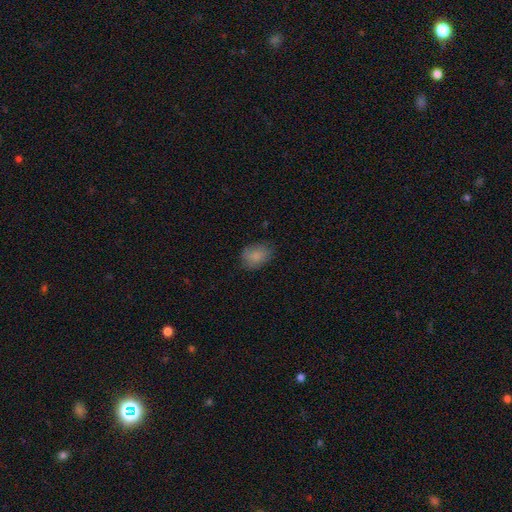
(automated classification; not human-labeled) Overall: smooth (85%). How rounded: in between (71%). Merging: none (72%).